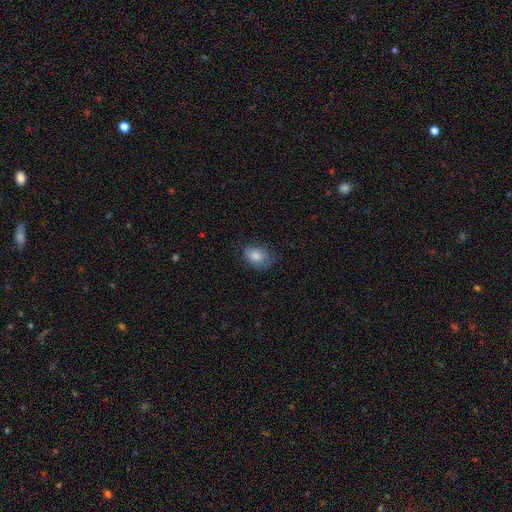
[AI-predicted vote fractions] smooth_or_featured: smooth (p=0.72) [alt: featured or disk p=0.19]
how_rounded: in between (p=0.75) [alt: round p=0.24]
merging: none (p=0.68) [alt: minor disturbance p=0.23]